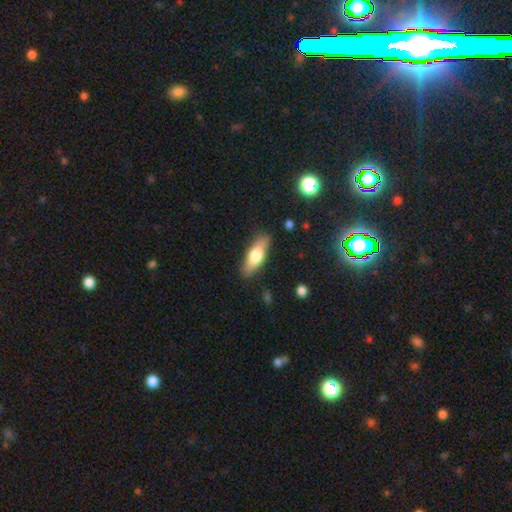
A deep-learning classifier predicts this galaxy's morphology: Q: Smooth or featured?
A: smooth (65%); runner-up: featured or disk (29%)
Q: How rounded?
A: in between (57%); runner-up: cigar-shaped (40%)
Q: Merging?
A: none (86%); runner-up: minor disturbance (10%)